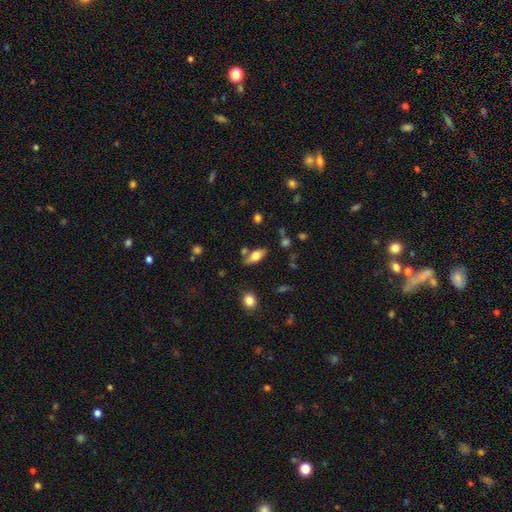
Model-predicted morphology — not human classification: smooth 61%, featured or disk 31%, star or artifact 8%. Down the decision tree: how rounded — in between (76%); merging — none (75%).